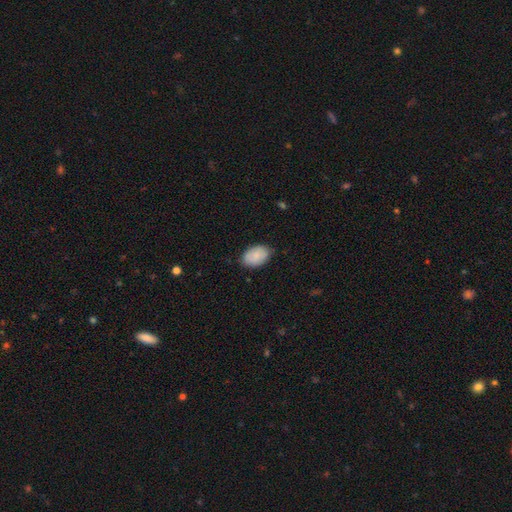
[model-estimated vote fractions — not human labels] smooth-or-featured: smooth: 86% | featured or disk: 7% | star or artifact: 6%
  how-rounded: in between: 90% | round: 9% | cigar-shaped: 1%
  merging: none: 81% | minor disturbance: 15% | major disturbance: 3% | merger: 1%